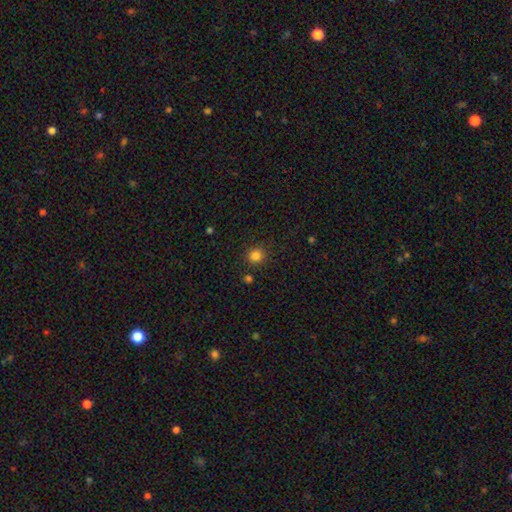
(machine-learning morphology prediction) The model was most divided on "smooth or featured": smooth: 83%, star or artifact: 13%, featured or disk: 4%. More confident: how rounded — round (93%); merging — none (88%).